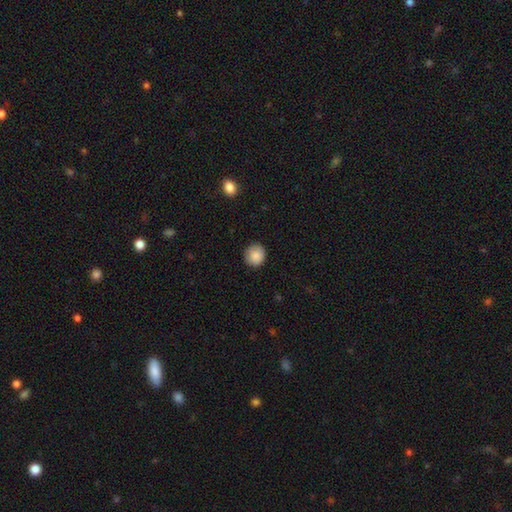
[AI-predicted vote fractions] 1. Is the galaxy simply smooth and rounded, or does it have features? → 88% smooth, 8% star or artifact, 5% featured or disk.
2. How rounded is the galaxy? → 90% round, 9% in between, 1% cigar-shaped.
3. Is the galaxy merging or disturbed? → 87% none, 10% minor disturbance, 2% major disturbance, 1% merger.